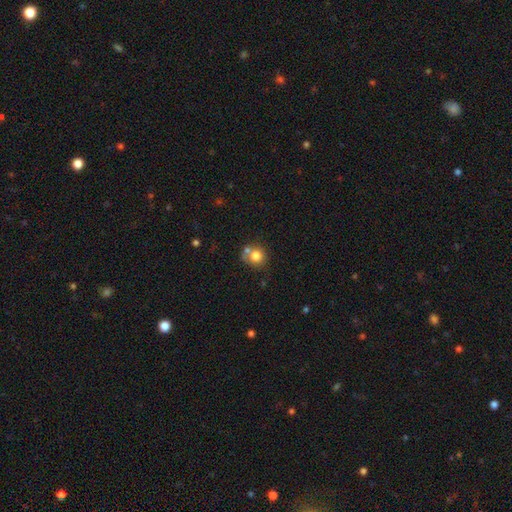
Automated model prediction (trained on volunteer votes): Smooth or featured?
  - smooth: 78% *
  - featured or disk: 13%
  - star or artifact: 10%
How rounded?
  - round: 86% *
  - in between: 13%
  - cigar-shaped: 1%
Merging?
  - none: 52% *
  - merger: 29%
  - minor disturbance: 13%
  - major disturbance: 6%